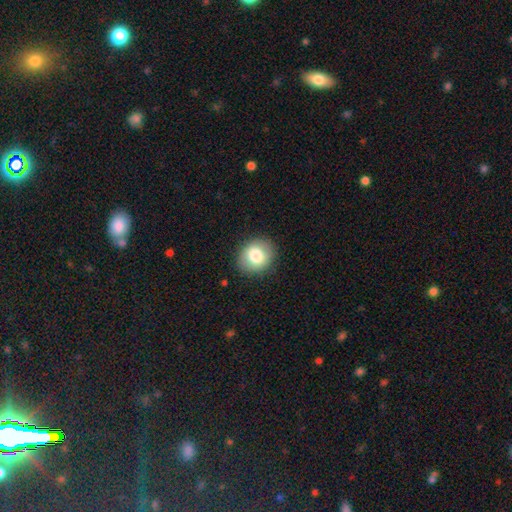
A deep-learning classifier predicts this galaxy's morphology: type=smooth (80%); roundness=round (65%); merging=none (87%).